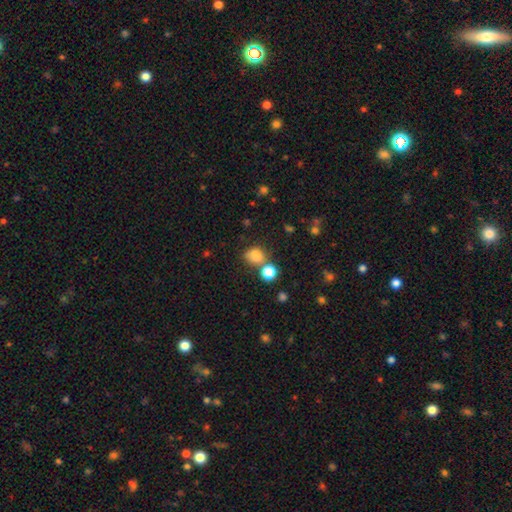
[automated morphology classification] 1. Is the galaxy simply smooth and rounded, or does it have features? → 78% smooth, 15% star or artifact, 7% featured or disk.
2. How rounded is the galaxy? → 57% round, 42% in between, 1% cigar-shaped.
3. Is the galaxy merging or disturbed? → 54% none, 20% merger, 18% minor disturbance, 8% major disturbance.